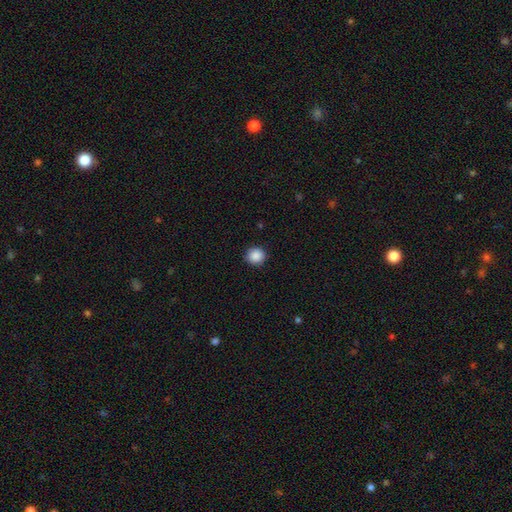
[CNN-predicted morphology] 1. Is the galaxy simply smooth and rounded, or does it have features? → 89% smooth, 9% star or artifact, 2% featured or disk.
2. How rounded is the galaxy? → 92% round, 7% in between, 1% cigar-shaped.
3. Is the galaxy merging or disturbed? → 90% none, 7% minor disturbance, 2% major disturbance, 1% merger.